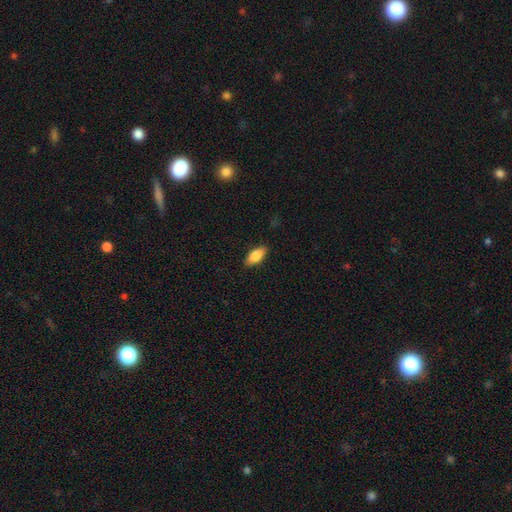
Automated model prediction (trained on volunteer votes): This appears to be a smooth galaxy with no disk features (83%) that is in between round and cigar-shaped (88%). Merging: none (87%).